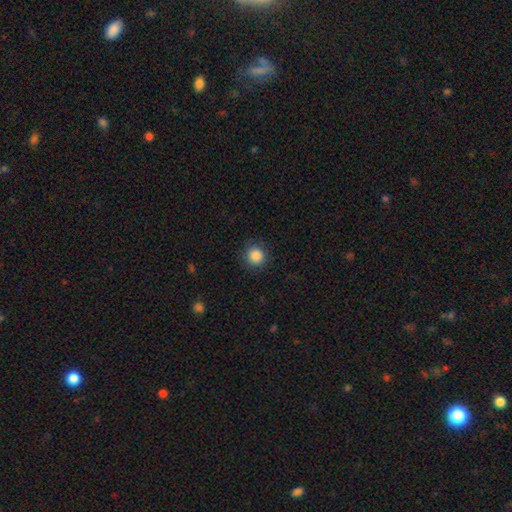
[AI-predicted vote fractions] Smooth or featured?
  - smooth: 87% *
  - star or artifact: 10%
  - featured or disk: 3%
How rounded?
  - round: 93% *
  - in between: 6%
  - cigar-shaped: 1%
Merging?
  - none: 90% *
  - minor disturbance: 7%
  - major disturbance: 2%
  - merger: 1%